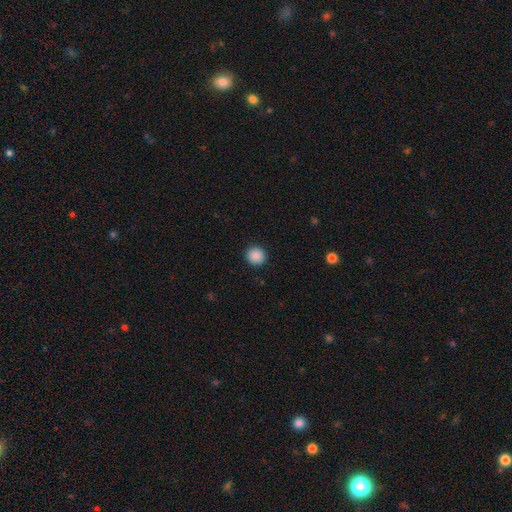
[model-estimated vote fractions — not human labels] A smooth galaxy with no disk features (89%) that is round (94%).

Vote fractions:
- Smooth or featured? smooth: 89% / star or artifact: 8% / featured or disk: 2%
- How rounded? round: 94% / in between: 5% / cigar-shaped: 1%
- Merging? none: 93% / minor disturbance: 5% / major disturbance: 2% / merger: 1%